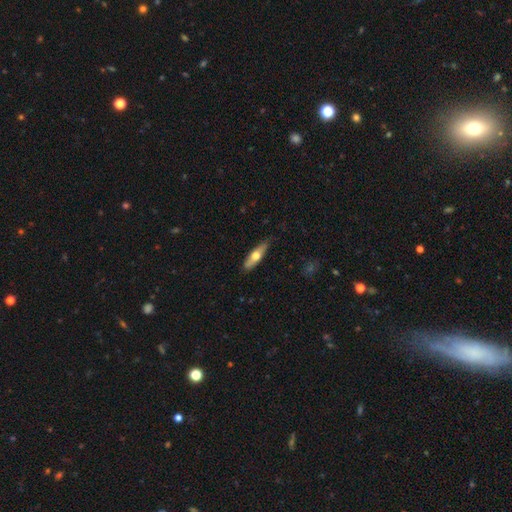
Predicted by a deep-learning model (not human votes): The model was most divided on "smooth or featured": smooth: 53%, featured or disk: 41%, star or artifact: 5%. More confident: merging — none (81%); how rounded — cigar-shaped (59%).